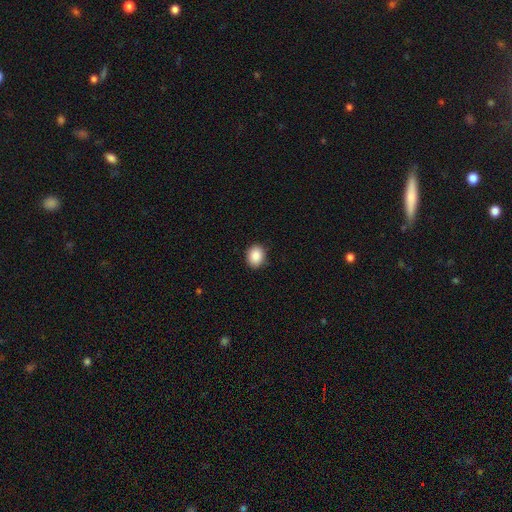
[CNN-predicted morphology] The model was most divided on "how rounded": round: 58%, in between: 41%, cigar-shaped: 1%. More confident: merging — none (89%); smooth or featured — smooth (88%).